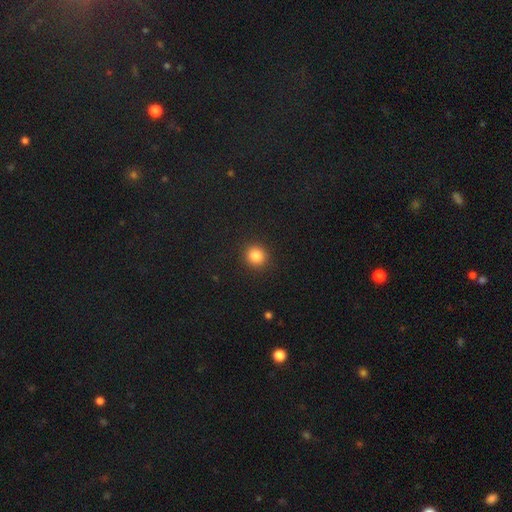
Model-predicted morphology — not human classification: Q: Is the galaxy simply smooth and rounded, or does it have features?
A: smooth — 84%.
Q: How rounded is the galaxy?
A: round — 87%.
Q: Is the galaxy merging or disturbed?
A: none — 91%.